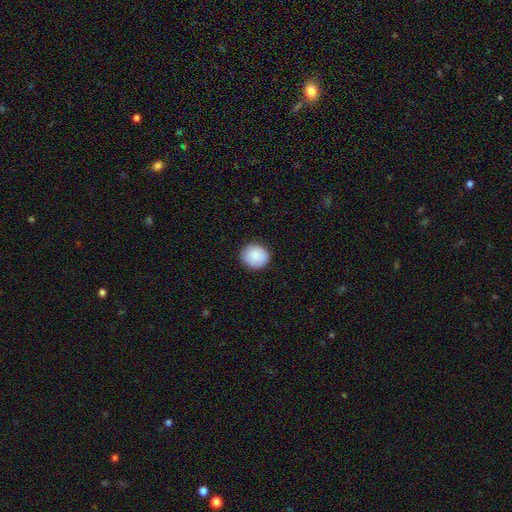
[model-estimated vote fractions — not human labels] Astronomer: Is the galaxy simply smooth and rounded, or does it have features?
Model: smooth — 88%.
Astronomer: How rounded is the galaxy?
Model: round — 81%.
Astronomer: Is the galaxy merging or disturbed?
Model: none — 89%.